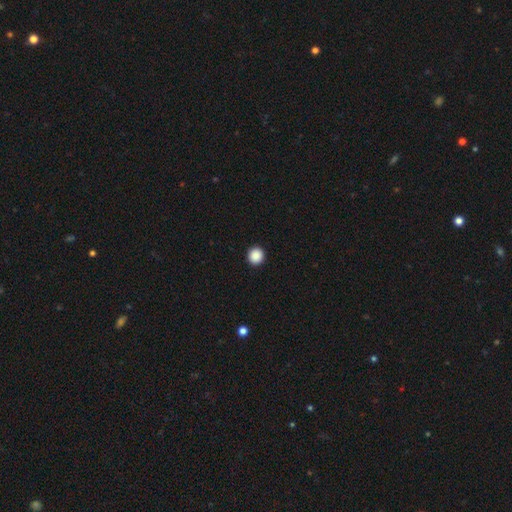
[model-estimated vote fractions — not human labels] smooth_or_featured: smooth (p=0.89) [alt: star or artifact p=0.09]
how_rounded: round (p=0.93) [alt: in between p=0.06]
merging: none (p=0.93) [alt: minor disturbance p=0.04]